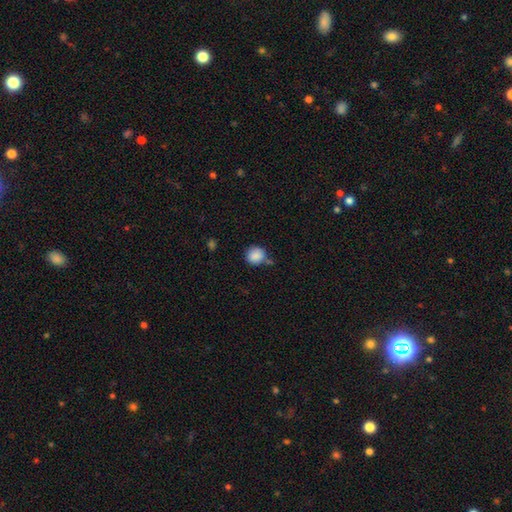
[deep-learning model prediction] Morphology: type=smooth (87%); roundness=round (87%); merging=none (66%).